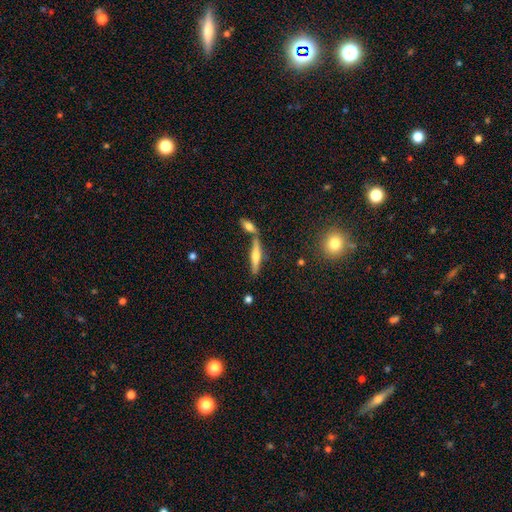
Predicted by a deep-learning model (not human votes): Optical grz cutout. It shows a featured or disk galaxy (54%) viewed edge-on (94%) with a rounded central bulge (85%). Merging: none (65%).